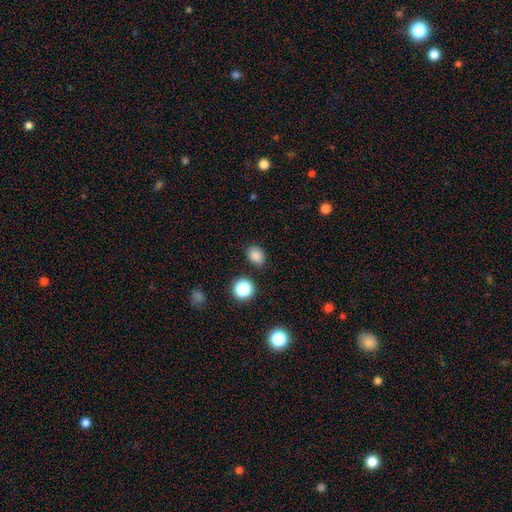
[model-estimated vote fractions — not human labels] A smooth galaxy with no disk features (83%) that is in between round and cigar-shaped (56%).

Vote fractions:
- Smooth or featured? smooth: 83% / star or artifact: 13% / featured or disk: 4%
- How rounded? in between: 56% / round: 43% / cigar-shaped: 1%
- Merging? none: 82% / minor disturbance: 12% / merger: 3% / major disturbance: 3%